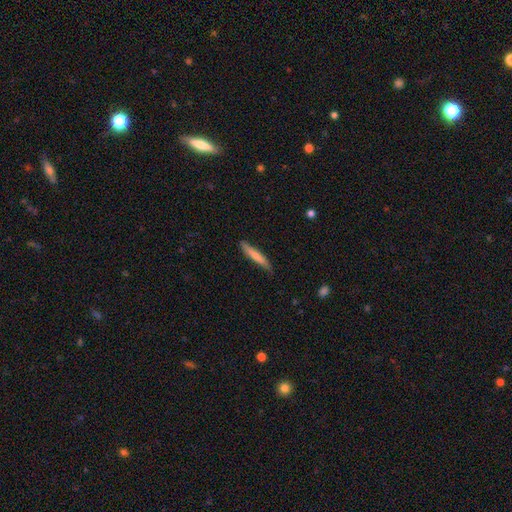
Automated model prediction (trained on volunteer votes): smooth-or-featured: smooth: 70% | featured or disk: 25% | star or artifact: 5%
  how-rounded: cigar-shaped: 92% | in between: 6% | round: 1%
  merging: none: 79% | minor disturbance: 17% | major disturbance: 2% | merger: 1%